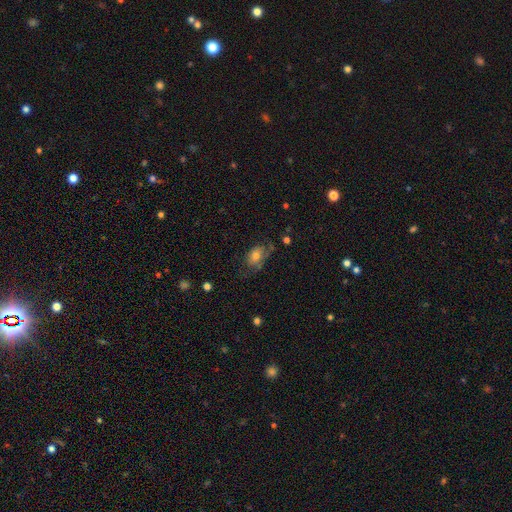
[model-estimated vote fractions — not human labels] Overall: smooth (63%; featured or disk 28%). How rounded: in between (83%). Merging: none (46%; minor disturbance 28%).